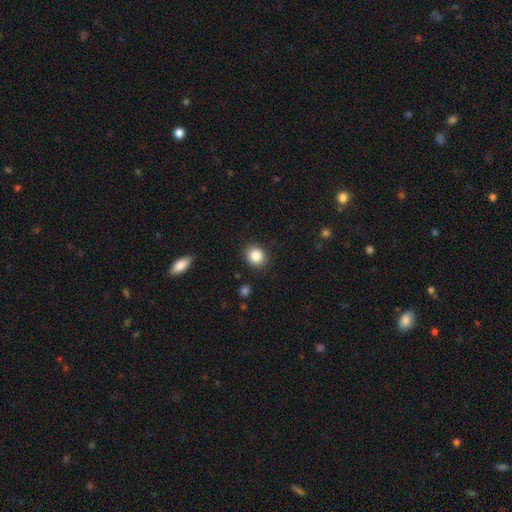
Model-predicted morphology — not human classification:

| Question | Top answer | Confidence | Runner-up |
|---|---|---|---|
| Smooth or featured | smooth | 86% | star or artifact (9%) |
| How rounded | round | 75% | in between (24%) |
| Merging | none | 88% | minor disturbance (8%) |